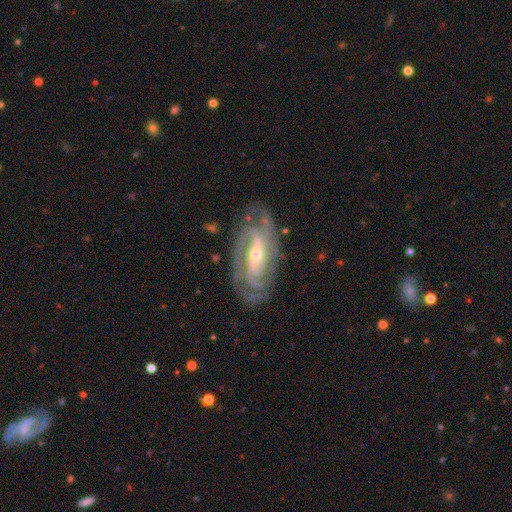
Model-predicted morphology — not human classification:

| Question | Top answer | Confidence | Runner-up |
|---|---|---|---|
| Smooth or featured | featured or disk | 91% | smooth (5%) |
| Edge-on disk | no | 94% | yes (6%) |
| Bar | no | 37% | strong (32%) |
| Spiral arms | yes | 97% | no (3%) |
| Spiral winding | tight | 60% | medium (34%) |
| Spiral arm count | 2 | 39% | 3 (29%) |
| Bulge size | small | 58% | moderate (38%) |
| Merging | none | 78% | minor disturbance (15%) |